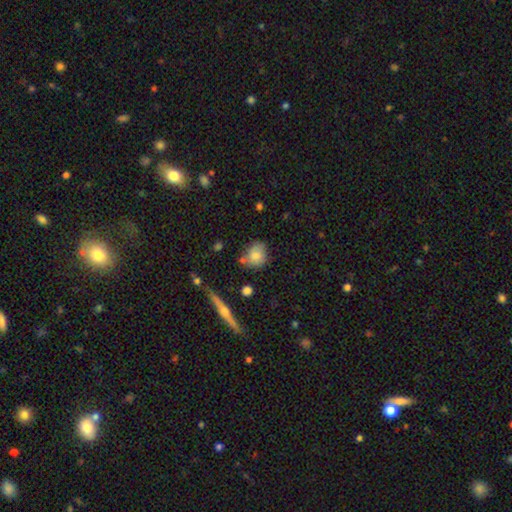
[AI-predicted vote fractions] smooth_or_featured: smooth (p=0.73) [alt: featured or disk p=0.18]
how_rounded: round (p=0.66) [alt: in between p=0.32]
merging: none (p=0.60) [alt: minor disturbance p=0.25]